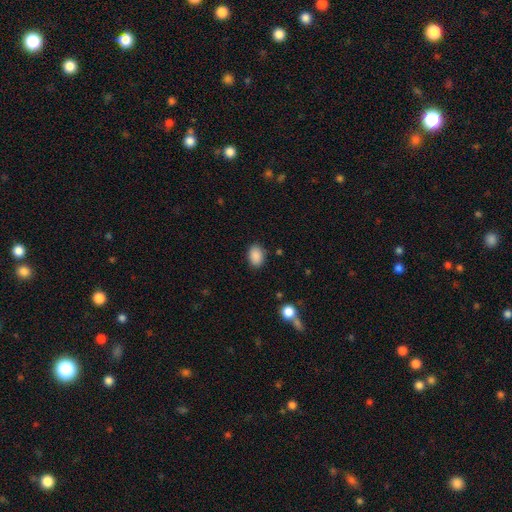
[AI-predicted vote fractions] smooth_or_featured: smooth (p=0.89) [alt: star or artifact p=0.08]
how_rounded: in between (p=0.79) [alt: round p=0.20]
merging: none (p=0.85) [alt: minor disturbance p=0.11]